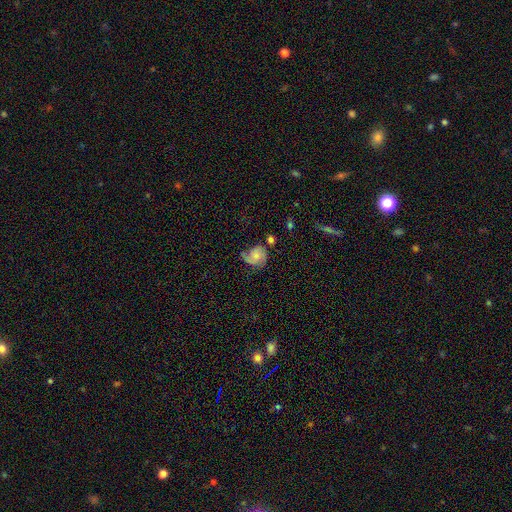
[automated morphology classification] Smooth or featured: featured or disk — 56% (smooth — 36%)
Edge-on disk: no — 97% (yes — 3%)
Bar: no — 75% (weak — 22%)
Spiral arms: yes — 88% (no — 12%)
Bulge size: small — 49% (moderate — 35%)
Merging: none — 42% (minor disturbance — 30%)